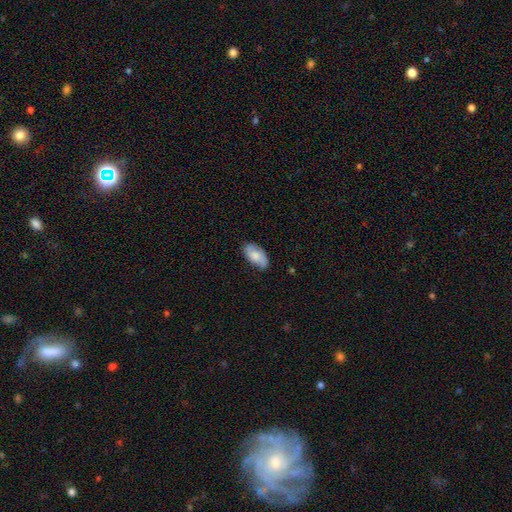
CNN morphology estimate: smooth 68%, featured or disk 26%, star or artifact 7%. Down the decision tree: how rounded — in between (93%); merging — none (72%).